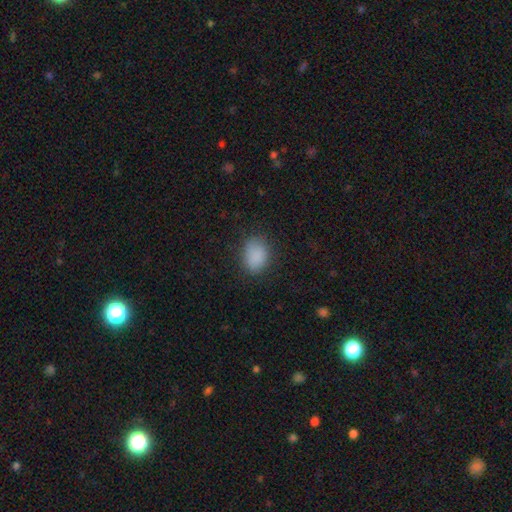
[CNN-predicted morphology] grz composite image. It shows a smooth galaxy with no disk features (86%) that is in between round and cigar-shaped (62%). Merging: none (79%).